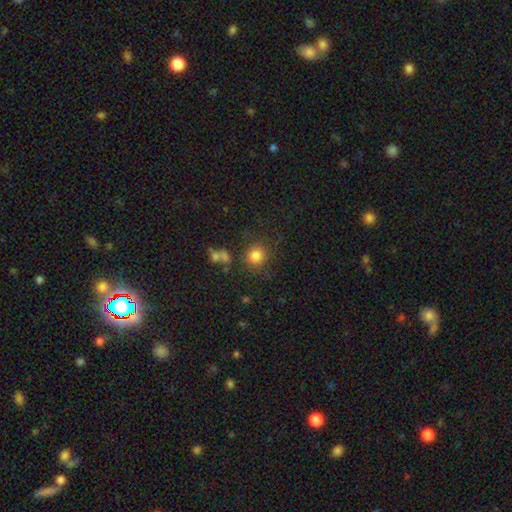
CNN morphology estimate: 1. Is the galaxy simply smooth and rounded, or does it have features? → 81% smooth, 12% star or artifact, 6% featured or disk.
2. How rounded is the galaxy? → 87% round, 12% in between, 1% cigar-shaped.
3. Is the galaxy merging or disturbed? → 77% none, 12% minor disturbance, 6% merger, 6% major disturbance.